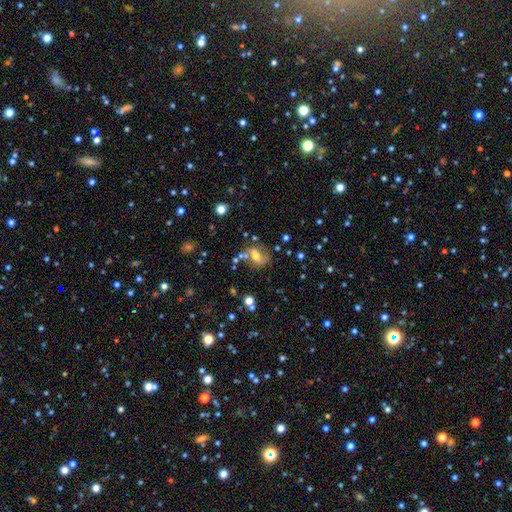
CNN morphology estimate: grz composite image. It shows a featured or disk galaxy (51%). Merging: none (57%).